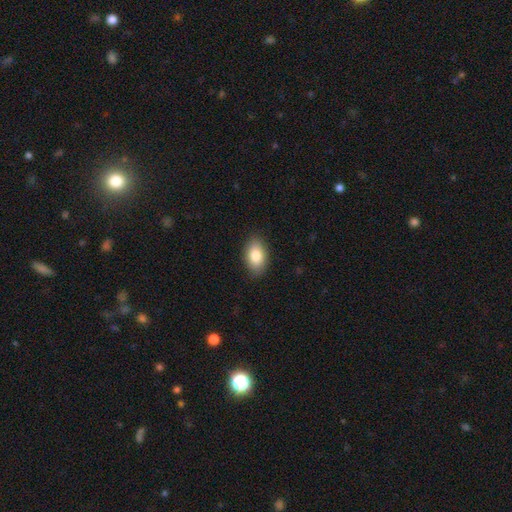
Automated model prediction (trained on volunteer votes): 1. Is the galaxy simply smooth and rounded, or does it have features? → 84% smooth, 10% featured or disk, 7% star or artifact.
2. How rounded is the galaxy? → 91% in between, 7% round, 2% cigar-shaped.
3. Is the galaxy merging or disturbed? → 87% none, 10% minor disturbance, 2% major disturbance, 1% merger.